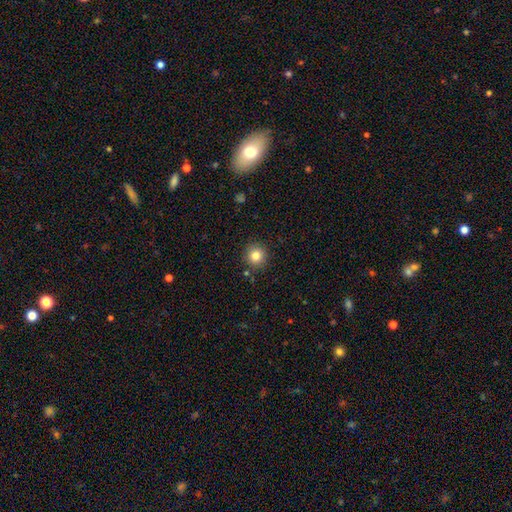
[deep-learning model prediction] Smooth or featured?
  - smooth: 82% *
  - star or artifact: 11%
  - featured or disk: 7%
How rounded?
  - round: 93% *
  - in between: 6%
  - cigar-shaped: 1%
Merging?
  - none: 89% *
  - minor disturbance: 7%
  - major disturbance: 2%
  - merger: 2%